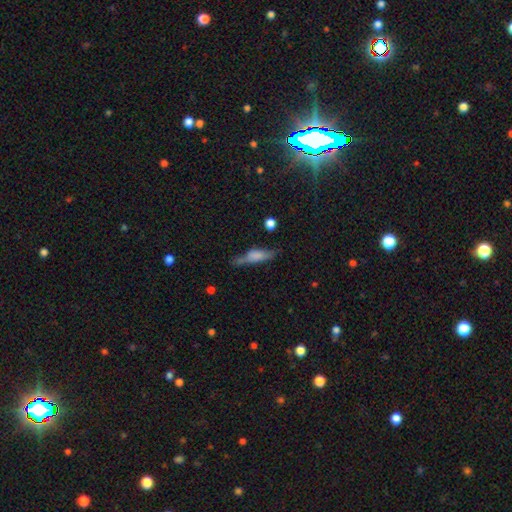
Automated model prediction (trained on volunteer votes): Smooth or featured: smooth — 59% (featured or disk — 33%)
How rounded: cigar-shaped — 57% (in between — 40%)
Merging: none — 48% (minor disturbance — 29%)